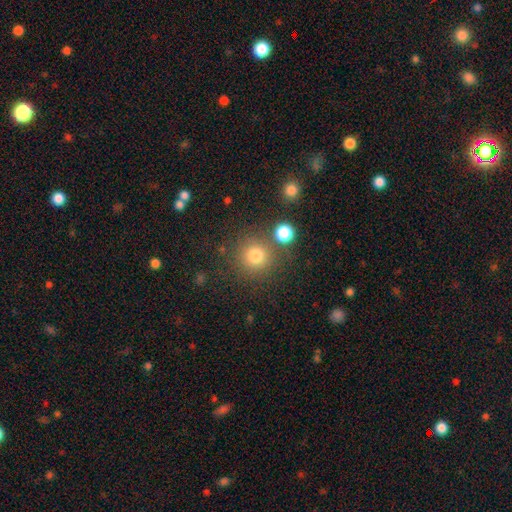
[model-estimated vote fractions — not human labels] smooth 79%, star or artifact 14%, featured or disk 7%. Down the decision tree: how rounded — round (94%); merging — none (78%).